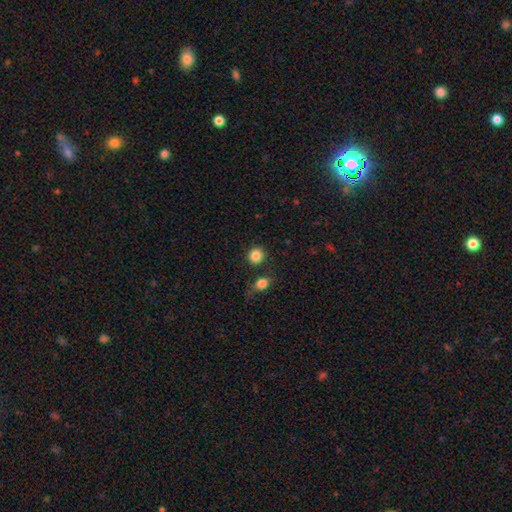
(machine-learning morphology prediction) Smooth or featured? Predicted: smooth (p=0.85). How rounded? Predicted: round (p=0.89). Merging? Predicted: none (p=0.83).